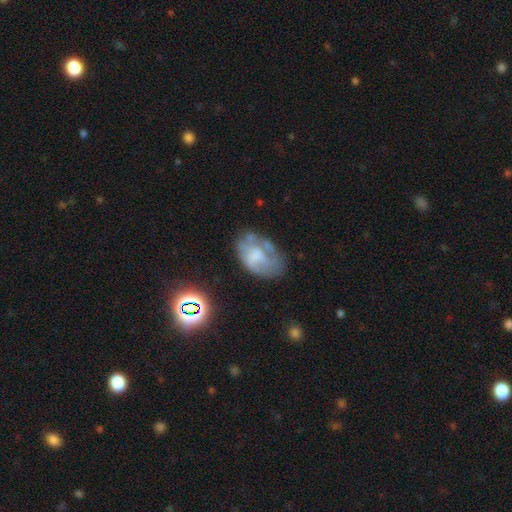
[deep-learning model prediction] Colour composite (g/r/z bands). It shows a featured or disk galaxy (47%). Merging: none (45%).